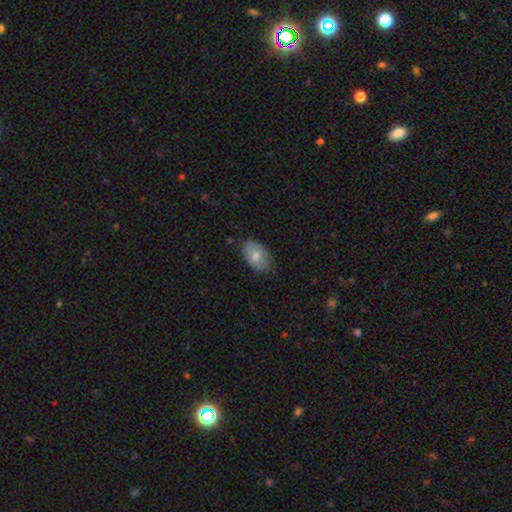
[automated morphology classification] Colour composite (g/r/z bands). It shows a smooth galaxy with no disk features (74%) that is in between round and cigar-shaped (90%). Merging: none (71%).